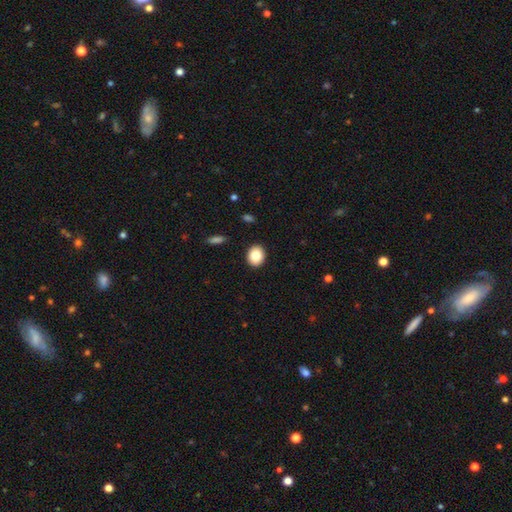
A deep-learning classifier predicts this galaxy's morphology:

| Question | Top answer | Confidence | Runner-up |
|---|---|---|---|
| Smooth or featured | smooth | 83% | featured or disk (8%) |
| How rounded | round | 57% | in between (42%) |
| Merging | none | 91% | minor disturbance (6%) |